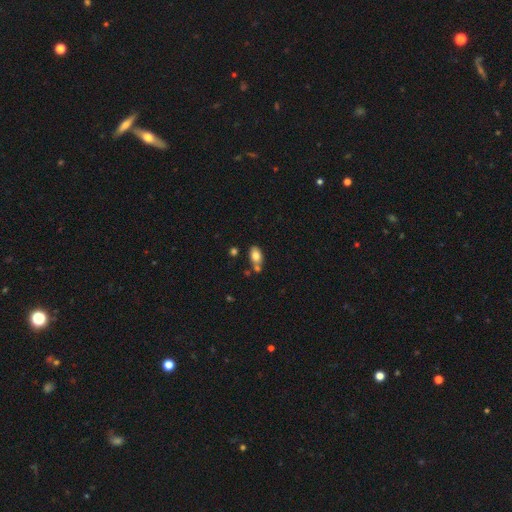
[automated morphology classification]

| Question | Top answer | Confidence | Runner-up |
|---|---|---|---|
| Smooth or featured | smooth | 81% | featured or disk (10%) |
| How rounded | in between | 89% | round (9%) |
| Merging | none | 58% | merger (23%) |